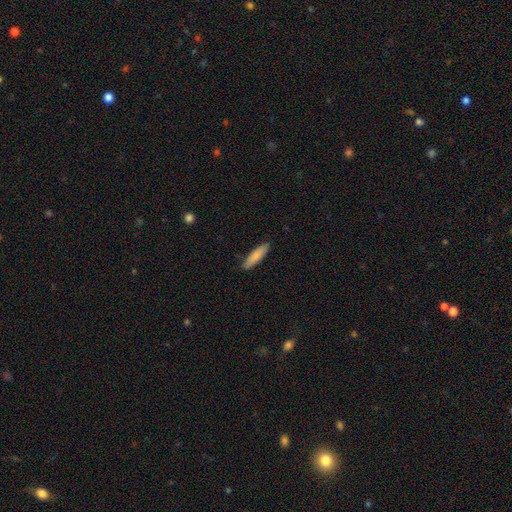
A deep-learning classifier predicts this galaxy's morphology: smooth_or_featured: smooth (p=0.84) [alt: featured or disk p=0.10]
how_rounded: cigar-shaped (p=0.75) [alt: in between p=0.24]
merging: none (p=0.88) [alt: minor disturbance p=0.10]